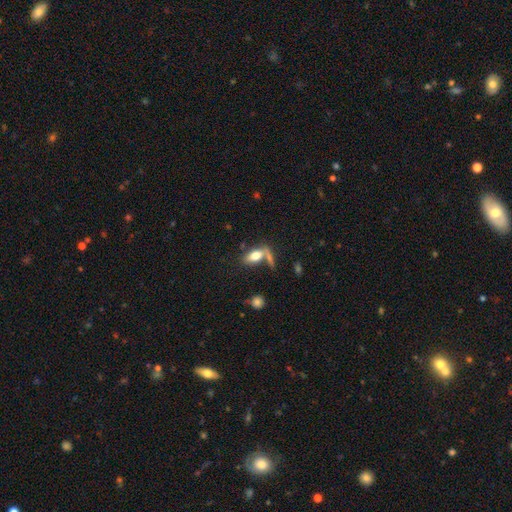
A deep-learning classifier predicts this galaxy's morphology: A smooth galaxy with no disk features (72%) that is in between round and cigar-shaped (82%). Merging: none (47%).